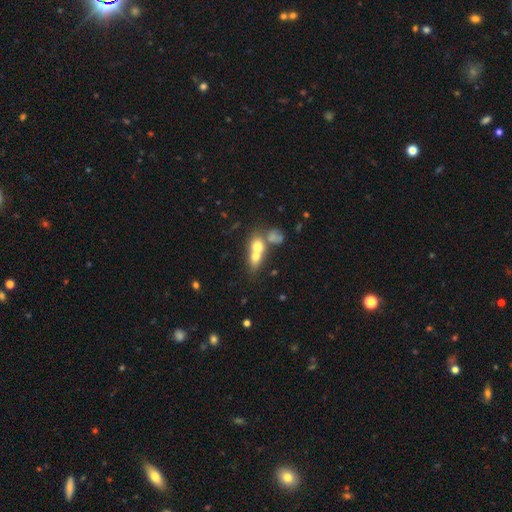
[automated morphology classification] smooth-or-featured: smooth: 66% | featured or disk: 23% | star or artifact: 11%
  how-rounded: in between: 56% | round: 37% | cigar-shaped: 7%
  merging: merger: 69% | none: 19% | minor disturbance: 6% | major disturbance: 5%